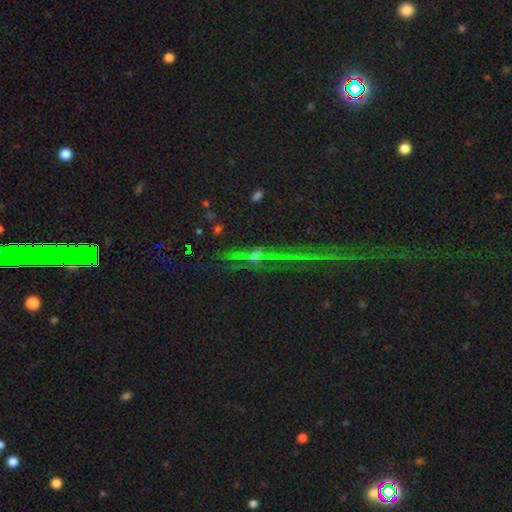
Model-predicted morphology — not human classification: A star or artifact, not a galaxy (64%).